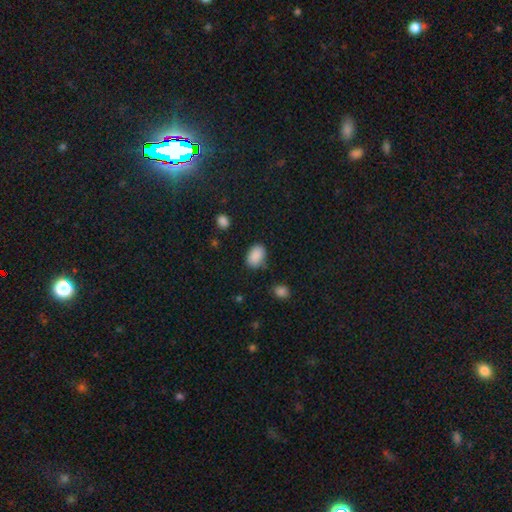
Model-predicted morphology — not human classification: The model was most divided on "merging": none: 78%, minor disturbance: 16%, major disturbance: 4%, merger: 3%. More confident: smooth or featured — smooth (89%); how rounded — in between (85%).